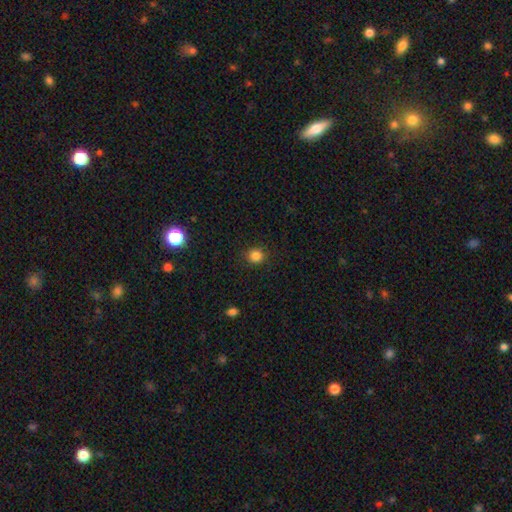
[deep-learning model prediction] Q: Smooth or featured?
A: smooth (84%); runner-up: star or artifact (12%)
Q: How rounded?
A: round (89%); runner-up: in between (10%)
Q: Merging?
A: none (89%); runner-up: minor disturbance (8%)